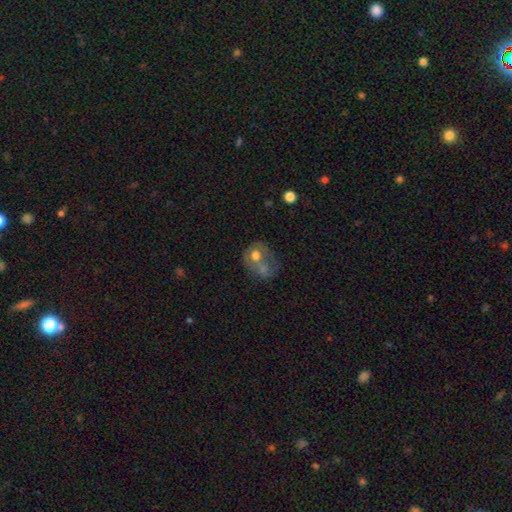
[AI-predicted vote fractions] Smooth or featured: smooth — 55% (featured or disk — 37%)
How rounded: round — 53% (in between — 46%)
Merging: merger — 51% (none — 21%)